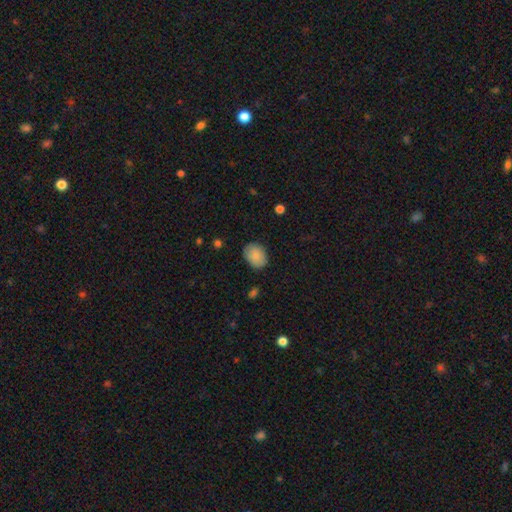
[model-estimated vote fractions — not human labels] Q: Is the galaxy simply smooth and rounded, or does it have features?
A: smooth — 87%.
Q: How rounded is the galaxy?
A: in between — 65%.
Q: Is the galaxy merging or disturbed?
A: none — 83%.